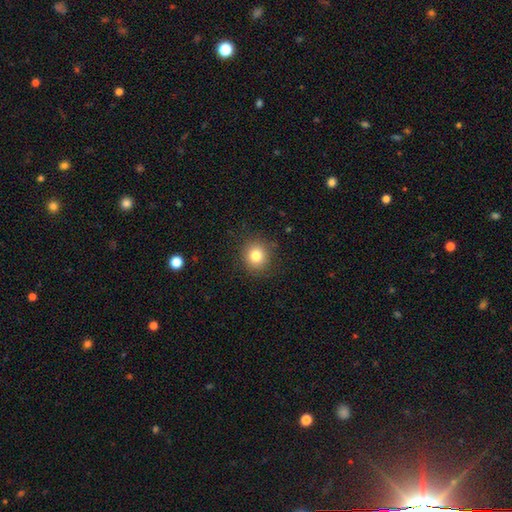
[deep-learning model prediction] Smooth or featured? Predicted: smooth (p=0.80). How rounded? Predicted: round (p=0.88). Merging? Predicted: none (p=0.89).